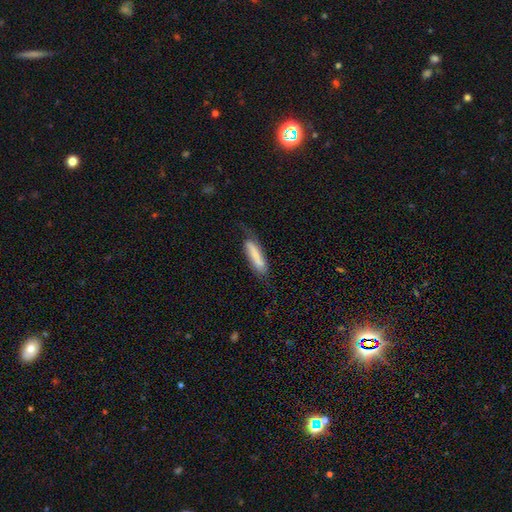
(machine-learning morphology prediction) type=smooth (66%); roundness=cigar-shaped (71%); merging=none (57%).